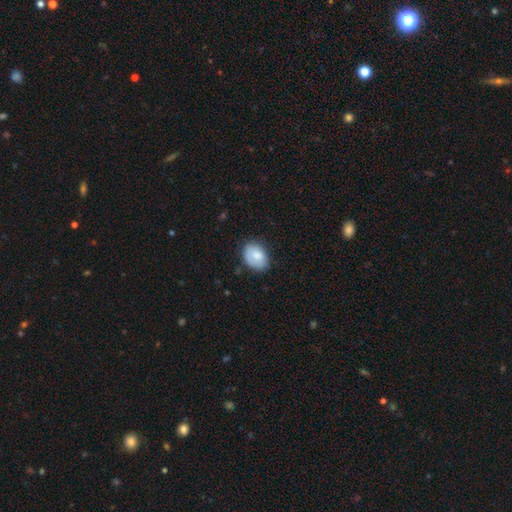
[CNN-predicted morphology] type=smooth (79%); roundness=in between (71%); merging=none (69%).